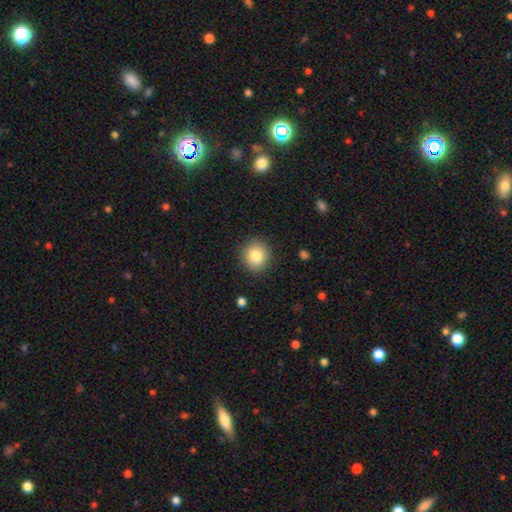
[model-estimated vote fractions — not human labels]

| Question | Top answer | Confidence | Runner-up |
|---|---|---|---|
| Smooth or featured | smooth | 83% | star or artifact (9%) |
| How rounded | round | 84% | in between (15%) |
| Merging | none | 89% | minor disturbance (7%) |